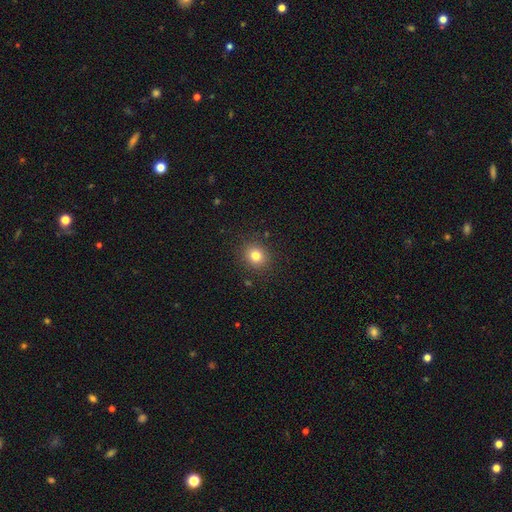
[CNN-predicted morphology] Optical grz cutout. It shows a smooth galaxy with no disk features (80%) that is round (81%). Merging: none (89%).